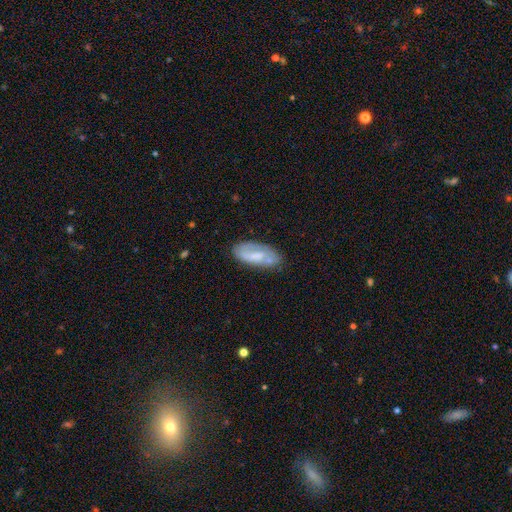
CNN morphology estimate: Overall: smooth (54%; featured or disk 39%). How rounded: in between (84%). Merging: none (59%; minor disturbance 25%).